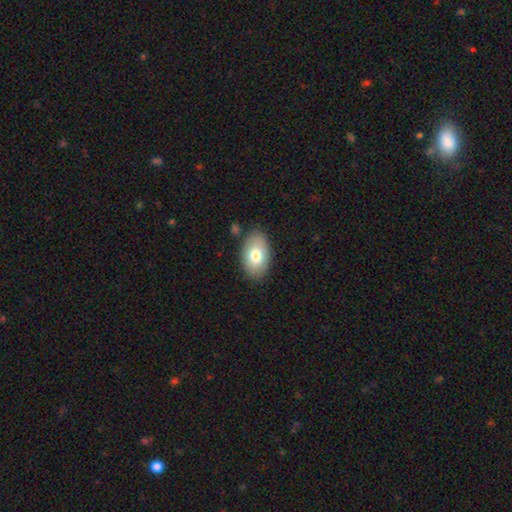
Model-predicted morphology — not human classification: type=smooth (77%); roundness=in between (91%); merging=none (82%).